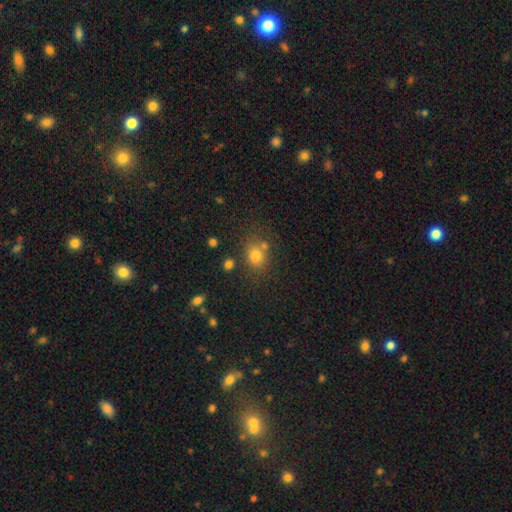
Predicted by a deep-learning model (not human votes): A smooth galaxy with no disk features (76%) that is round (59%).

Vote fractions:
- Smooth or featured? smooth: 76% / star or artifact: 14% / featured or disk: 9%
- How rounded? round: 59% / in between: 39% / cigar-shaped: 1%
- Merging? none: 63% / merger: 17% / minor disturbance: 14% / major disturbance: 6%